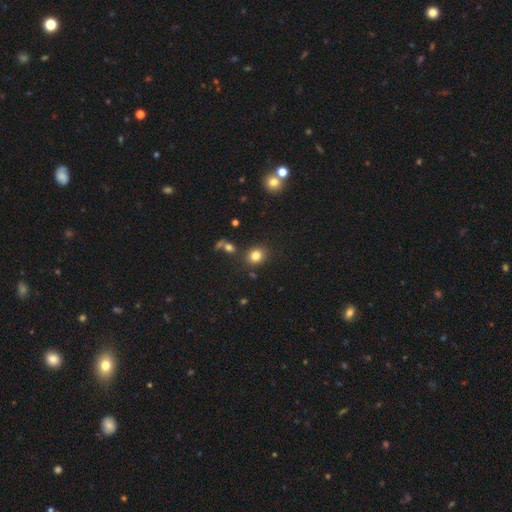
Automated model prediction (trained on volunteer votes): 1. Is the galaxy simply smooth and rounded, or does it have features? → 81% smooth, 13% star or artifact, 7% featured or disk.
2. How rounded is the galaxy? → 72% round, 27% in between, 1% cigar-shaped.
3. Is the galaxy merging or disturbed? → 81% none, 10% minor disturbance, 6% merger, 3% major disturbance.